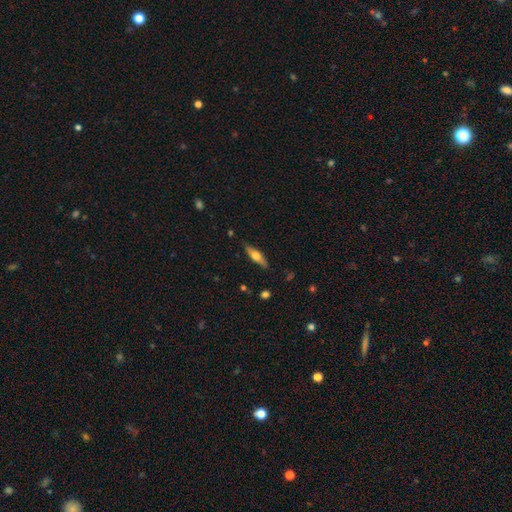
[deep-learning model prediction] Q: Smooth or featured?
A: smooth (47%); tied with: featured or disk (47%)
Q: Merging?
A: none (84%); runner-up: minor disturbance (12%)